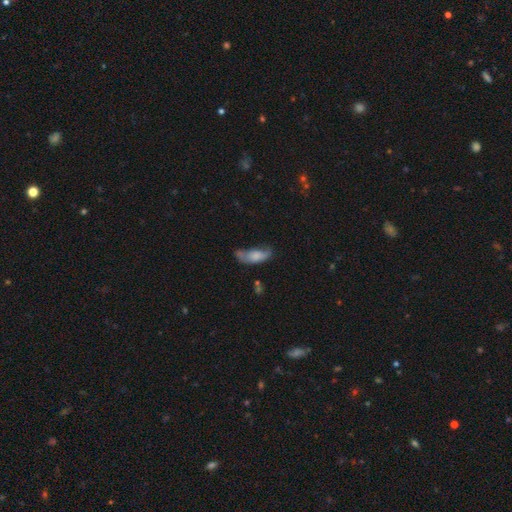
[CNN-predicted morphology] Q: Smooth or featured?
A: smooth (70%); runner-up: featured or disk (21%)
Q: How rounded?
A: in between (78%); runner-up: cigar-shaped (19%)
Q: Merging?
A: none (36%); runner-up: minor disturbance (33%)